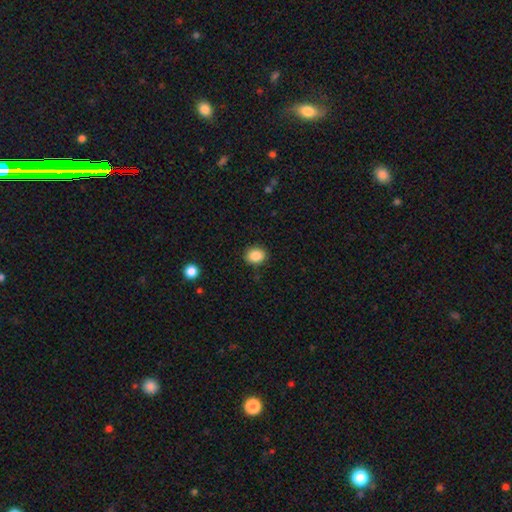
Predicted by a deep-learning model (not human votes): Overall: smooth (87%). How rounded: round (55%; in between 45%). Merging: none (88%).